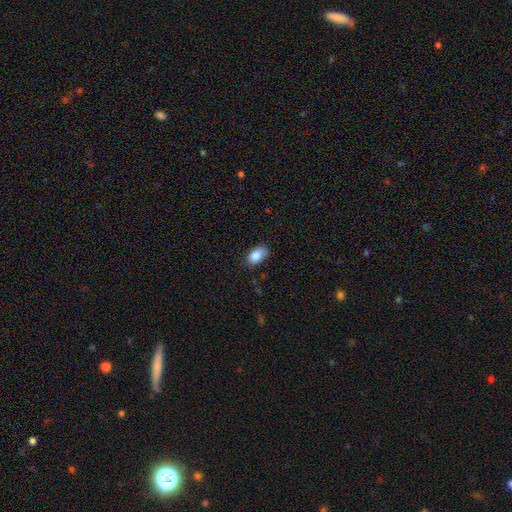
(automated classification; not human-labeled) A smooth galaxy with no disk features (84%) that is in between round and cigar-shaped (89%).

Vote fractions:
- Smooth or featured? smooth: 84% / star or artifact: 8% / featured or disk: 8%
- How rounded? in between: 89% / round: 9% / cigar-shaped: 2%
- Merging? none: 74% / minor disturbance: 21% / major disturbance: 4% / merger: 1%